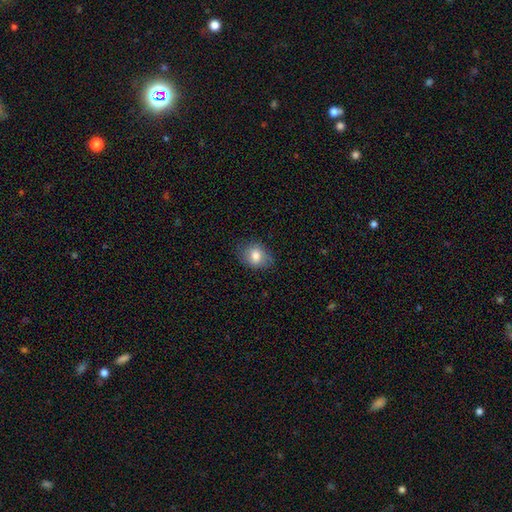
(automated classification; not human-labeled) Smooth or featured: smooth — 79% (featured or disk — 13%)
How rounded: in between — 57% (round — 42%)
Merging: none — 75% (minor disturbance — 19%)